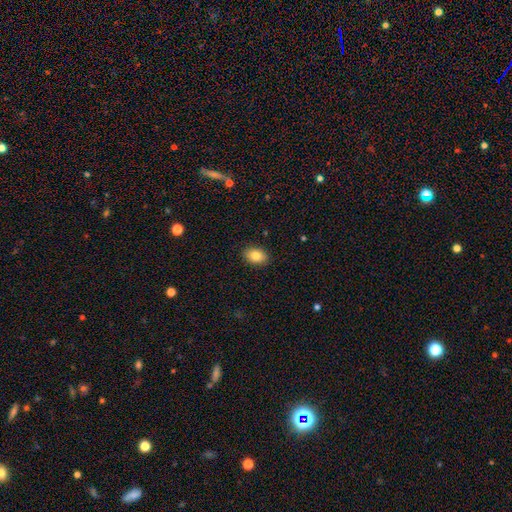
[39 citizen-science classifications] Smooth or featured? smooth (90%)
How rounded? in between (86%)
Merging? none (100%)